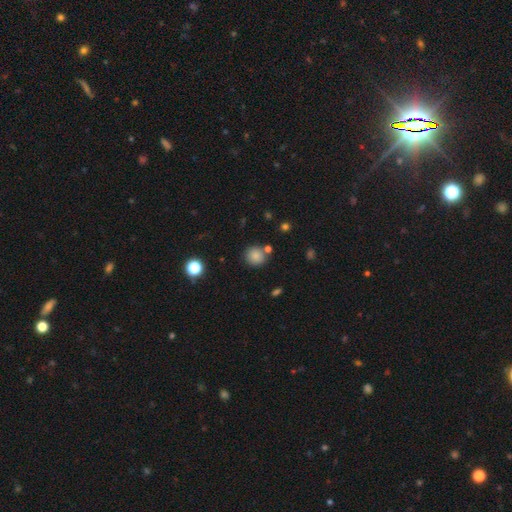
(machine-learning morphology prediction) A smooth galaxy with no disk features (84%) that is round (91%). Merging: none (80%).